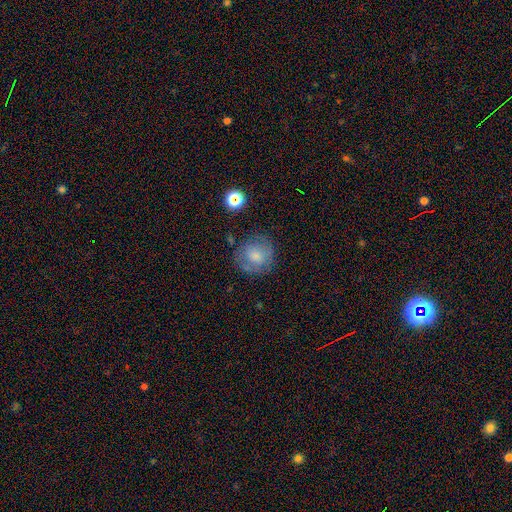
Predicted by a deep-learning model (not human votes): A smooth galaxy with no disk features (68%) that is round (89%).

Vote fractions:
- Smooth or featured? smooth: 68% / featured or disk: 23% / star or artifact: 9%
- How rounded? round: 89% / in between: 10% / cigar-shaped: 1%
- Merging? none: 71% / minor disturbance: 19% / major disturbance: 8% / merger: 3%